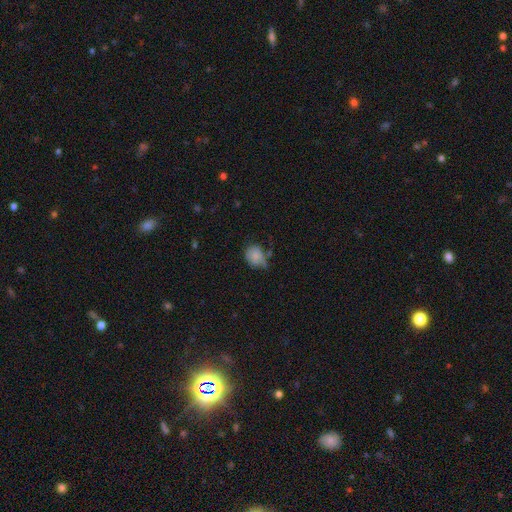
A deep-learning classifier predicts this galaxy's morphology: This appears to be a smooth galaxy with no disk features (78%) that is round (52%). Merging: none (43%).